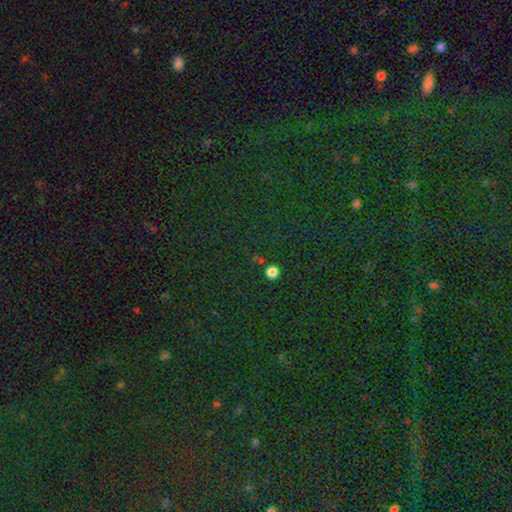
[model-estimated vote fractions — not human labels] star or artifact 83%, smooth 10%, featured or disk 7%.